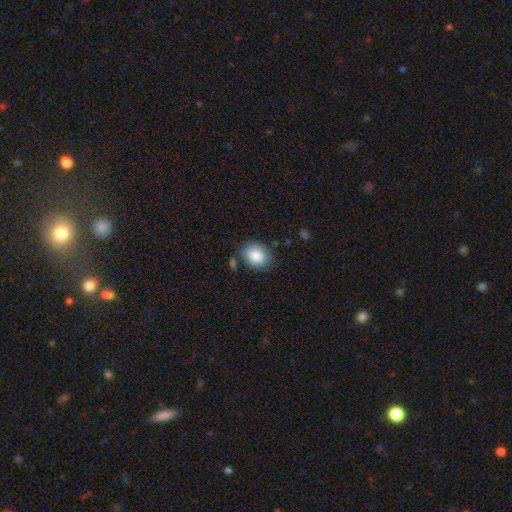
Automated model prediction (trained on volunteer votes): This is clearly a smooth galaxy (84%). How rounded: possibly round (53%). Merging: likely none (74%).